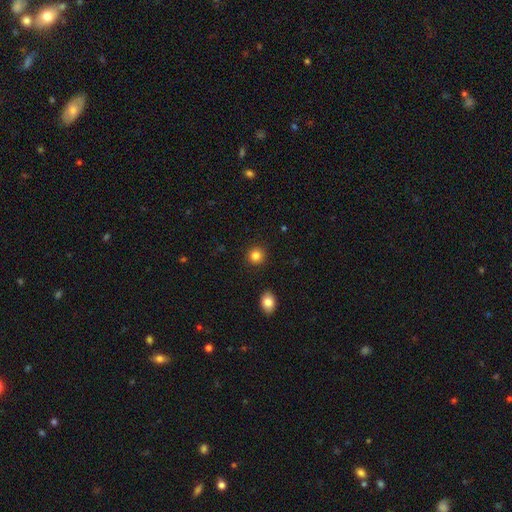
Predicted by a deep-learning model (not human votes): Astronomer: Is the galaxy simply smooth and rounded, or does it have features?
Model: smooth — 84%.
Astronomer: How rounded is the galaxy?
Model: round — 90%.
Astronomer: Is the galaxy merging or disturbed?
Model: none — 91%.